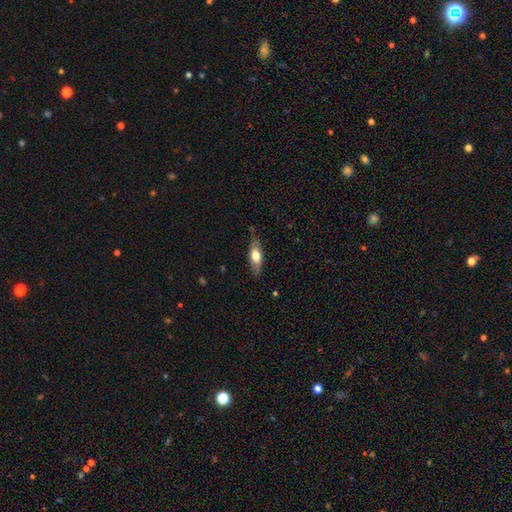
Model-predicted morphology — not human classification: Overall: smooth (61%; featured or disk 33%). How rounded: in between (67%; cigar-shaped 30%). Merging: none (73%).